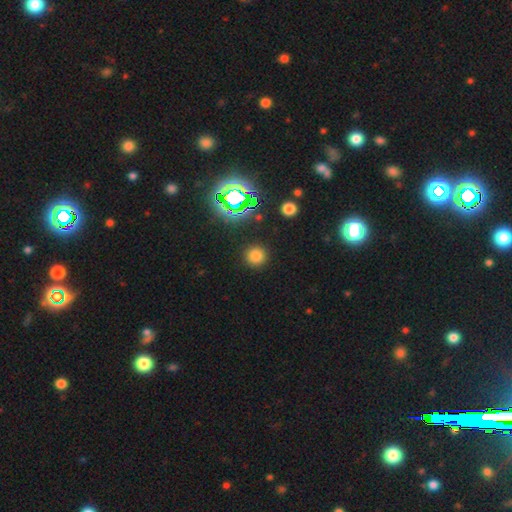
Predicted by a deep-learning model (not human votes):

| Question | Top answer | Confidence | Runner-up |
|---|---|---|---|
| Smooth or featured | smooth | 73% | star or artifact (22%) |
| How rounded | round | 94% | in between (5%) |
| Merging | none | 90% | minor disturbance (6%) |